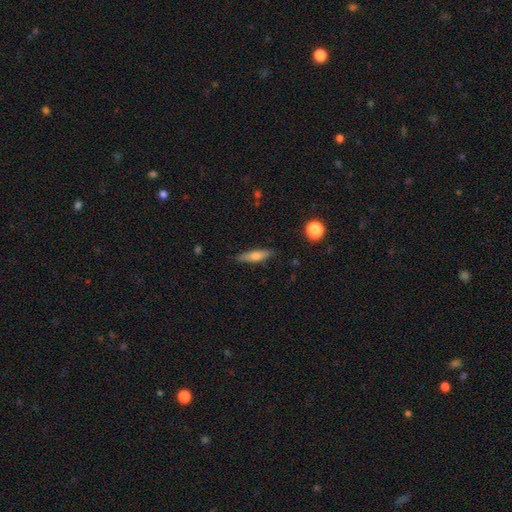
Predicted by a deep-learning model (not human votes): Smooth or featured: smooth — 59% (featured or disk — 34%)
How rounded: cigar-shaped — 74% (in between — 23%)
Merging: none — 85% (minor disturbance — 11%)